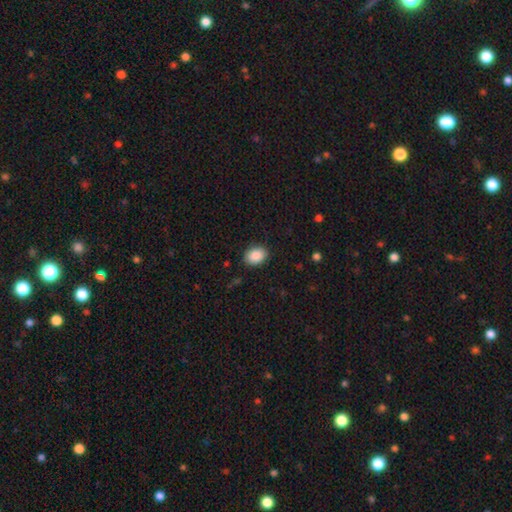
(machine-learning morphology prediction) smooth 89%, star or artifact 7%, featured or disk 4%. Down the decision tree: how rounded — in between (70%); merging — none (88%).